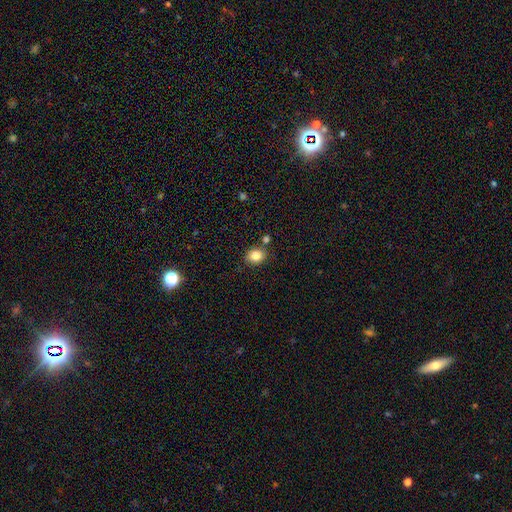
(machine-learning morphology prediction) Q: Smooth or featured?
A: smooth (84%); runner-up: star or artifact (10%)
Q: How rounded?
A: round (59%); runner-up: in between (40%)
Q: Merging?
A: none (75%); runner-up: minor disturbance (13%)